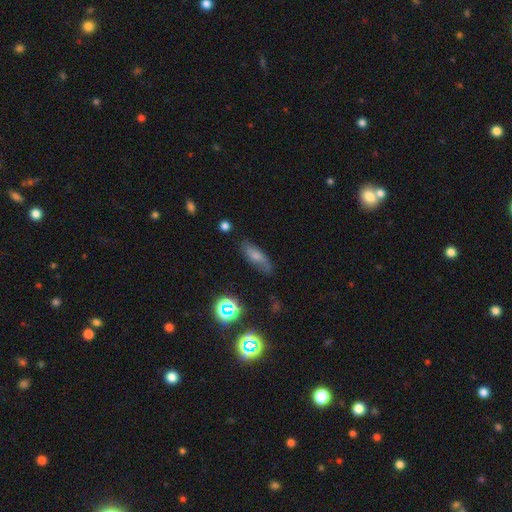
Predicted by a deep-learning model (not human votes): A smooth galaxy with no disk features (59%) that is in between round and cigar-shaped (67%).

Vote fractions:
- Smooth or featured? smooth: 59% / featured or disk: 28% / star or artifact: 13%
- How rounded? in between: 67% / cigar-shaped: 28% / round: 5%
- Merging? none: 66% / minor disturbance: 24% / major disturbance: 7% / merger: 3%